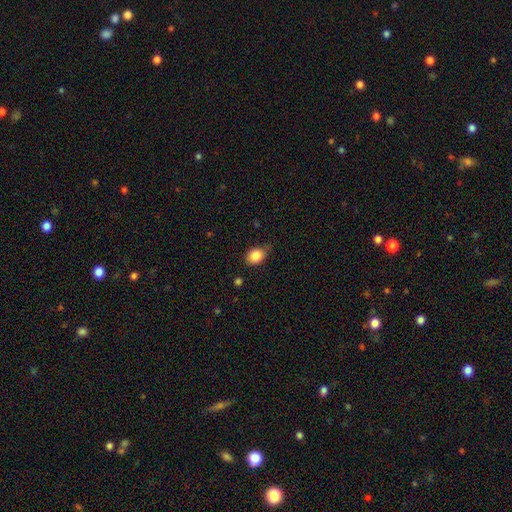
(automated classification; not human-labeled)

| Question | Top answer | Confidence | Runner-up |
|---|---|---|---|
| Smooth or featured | smooth | 85% | star or artifact (9%) |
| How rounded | in between | 58% | round (41%) |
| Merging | none | 65% | minor disturbance (28%) |